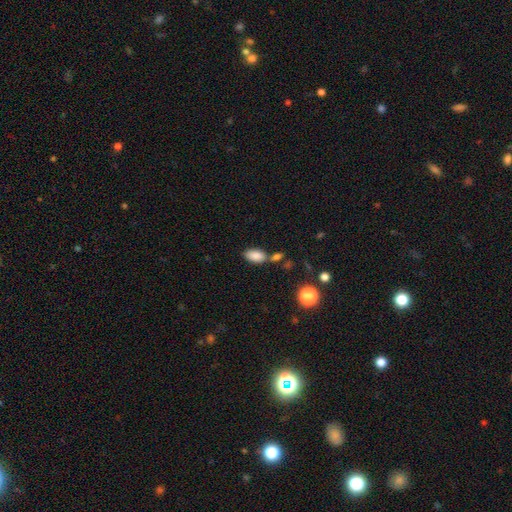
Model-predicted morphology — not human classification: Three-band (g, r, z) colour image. It shows a smooth galaxy with no disk features (86%) that is in between round and cigar-shaped (92%). Merging: none (60%).